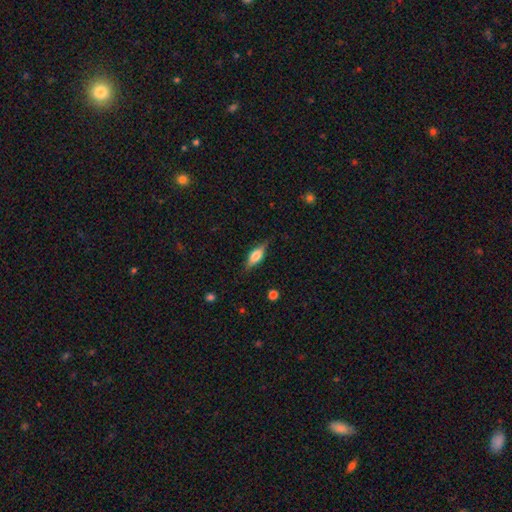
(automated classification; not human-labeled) A smooth galaxy with no disk features (49%).

Vote fractions:
- Smooth or featured? smooth: 49% / featured or disk: 44% / star or artifact: 7%
- Merging? none: 81% / minor disturbance: 14% / major disturbance: 4% / merger: 1%